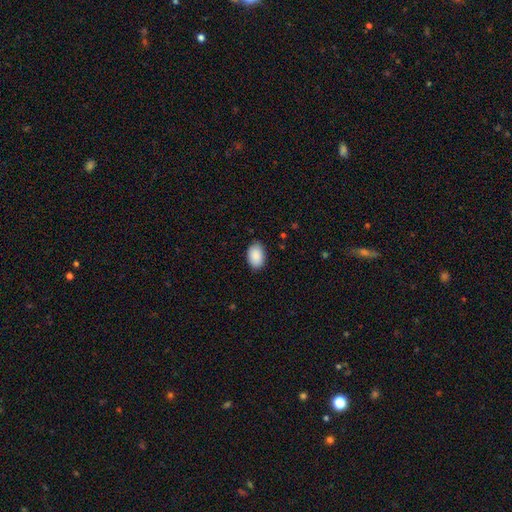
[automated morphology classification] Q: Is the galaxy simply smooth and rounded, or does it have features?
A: smooth — 90%.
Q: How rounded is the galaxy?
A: in between — 91%.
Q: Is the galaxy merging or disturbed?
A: none — 85%.